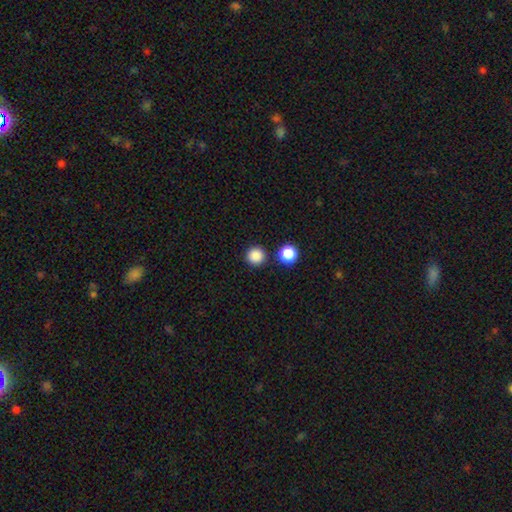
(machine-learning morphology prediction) Smooth or featured: smooth — 86% (star or artifact — 11%)
How rounded: round — 96% (in between — 3%)
Merging: none — 87% (minor disturbance — 6%)